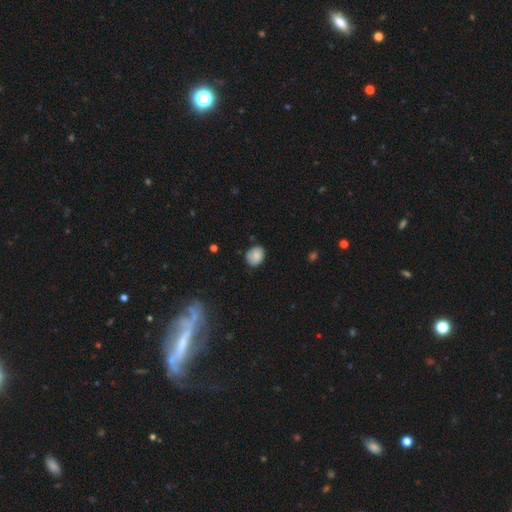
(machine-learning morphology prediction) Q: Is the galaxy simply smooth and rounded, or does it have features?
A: smooth — 83%.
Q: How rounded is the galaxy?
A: in between — 51%.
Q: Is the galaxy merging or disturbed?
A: none — 67%.